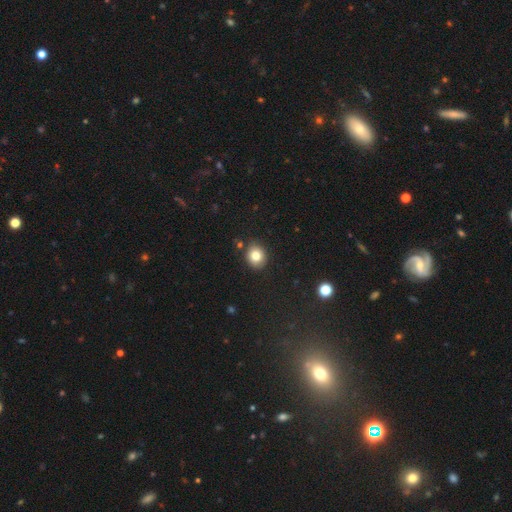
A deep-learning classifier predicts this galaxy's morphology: smooth-or-featured: smooth: 80% | star or artifact: 11% | featured or disk: 9%
  how-rounded: round: 69% | in between: 30% | cigar-shaped: 1%
  merging: none: 86% | minor disturbance: 9% | merger: 3% | major disturbance: 2%